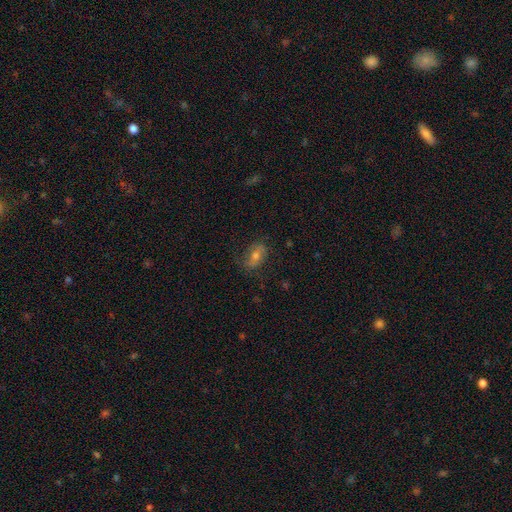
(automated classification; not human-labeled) The model was most divided on "smooth or featured": smooth: 43%, featured or disk: 42%, star or artifact: 15%. More confident: merging — none (75%).